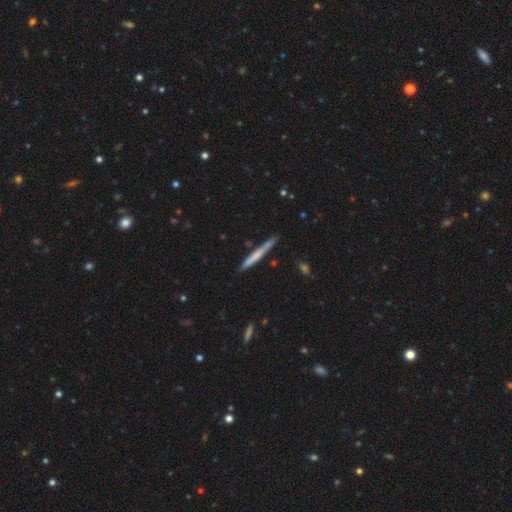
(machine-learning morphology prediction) Smooth or featured: smooth — 59% (featured or disk — 35%)
How rounded: cigar-shaped — 97% (in between — 2%)
Merging: none — 84% (minor disturbance — 12%)